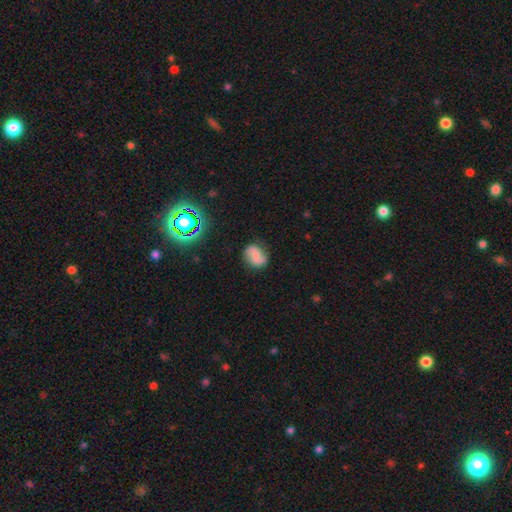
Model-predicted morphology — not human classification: A featured or disk galaxy (62%) with no bar (52%), 2 (89%) loose (42%) spiral arms (93%) and a small central bulge (44%). Merging: none (77%).